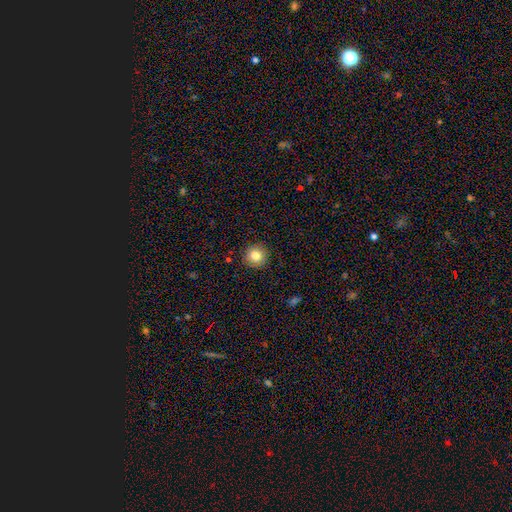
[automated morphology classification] smooth_or_featured: smooth (p=0.82) [alt: star or artifact p=0.10]
how_rounded: round (p=0.94) [alt: in between p=0.05]
merging: none (p=0.91) [alt: minor disturbance p=0.06]